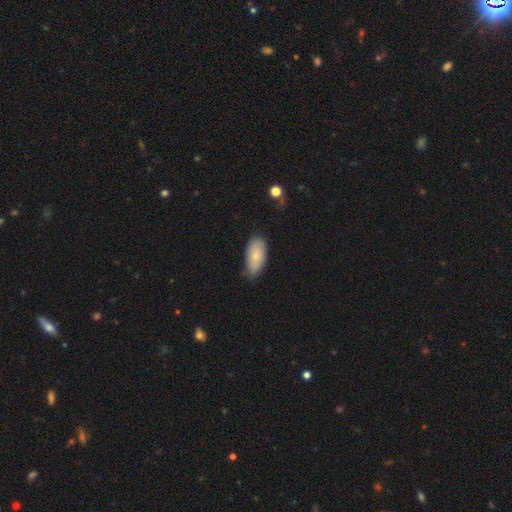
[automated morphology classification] The model was most divided on "merging": none: 66%, minor disturbance: 27%, major disturbance: 5%, merger: 2%. More confident: how rounded — in between (93%); smooth or featured — smooth (74%).